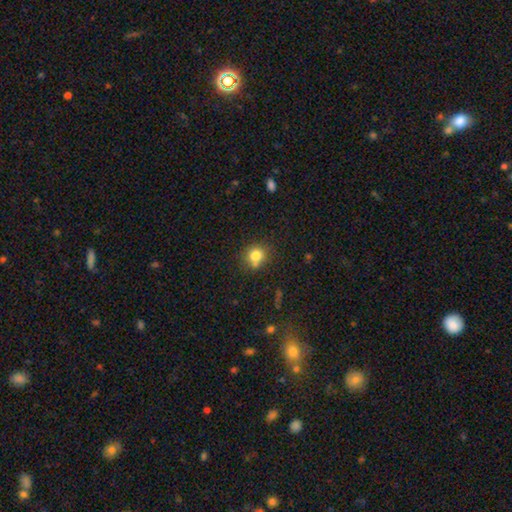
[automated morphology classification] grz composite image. It shows a smooth galaxy with no disk features (80%) that is round (85%). Merging: none (68%).